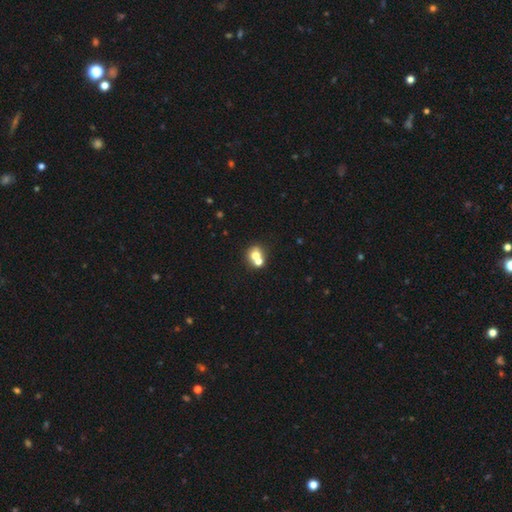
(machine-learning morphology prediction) Q: Smooth or featured?
A: smooth (67%); runner-up: featured or disk (19%)
Q: How rounded?
A: round (76%); runner-up: in between (23%)
Q: Merging?
A: merger (48%); runner-up: none (42%)